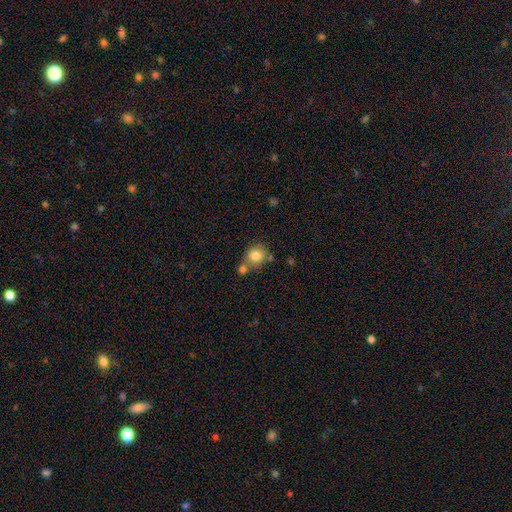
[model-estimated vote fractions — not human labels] Smooth or featured: smooth — 80% (featured or disk — 10%)
How rounded: round — 80% (in between — 19%)
Merging: none — 54% (merger — 30%)